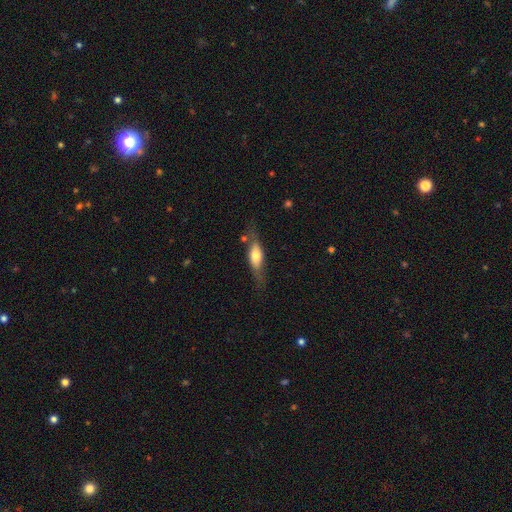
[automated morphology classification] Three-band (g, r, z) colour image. It shows a smooth galaxy with no disk features (53%) that is in between round and cigar-shaped (50%). Merging: none (67%).